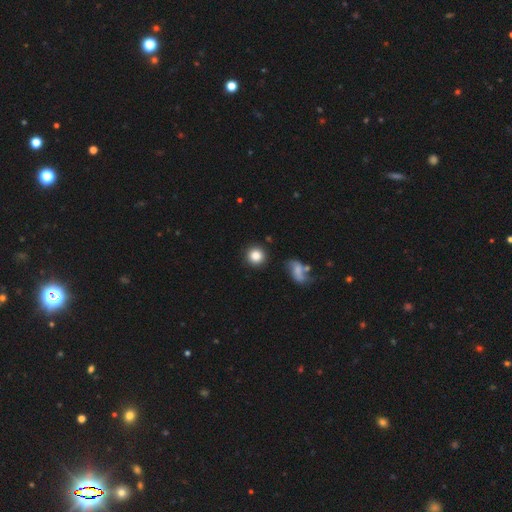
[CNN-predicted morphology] smooth-or-featured: smooth: 83% | star or artifact: 10% | featured or disk: 6%
  how-rounded: round: 93% | in between: 6% | cigar-shaped: 1%
  merging: none: 84% | minor disturbance: 8% | merger: 4% | major disturbance: 3%